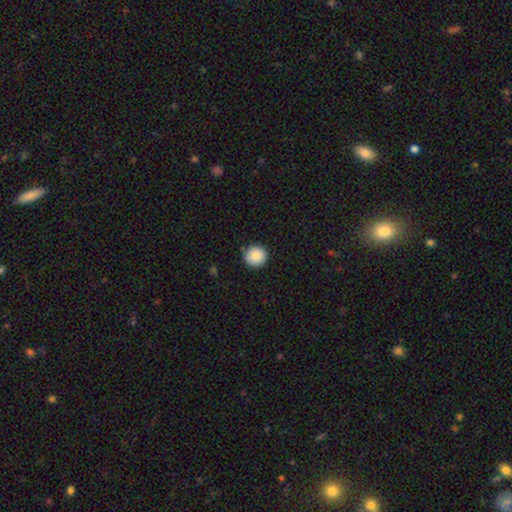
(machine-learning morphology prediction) Smooth or featured? Predicted: smooth (p=0.88). How rounded? Predicted: round (p=0.95). Merging? Predicted: none (p=0.89).